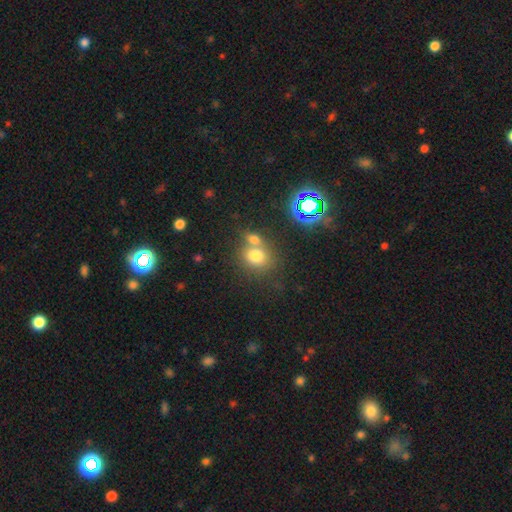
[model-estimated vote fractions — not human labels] Morphology: type=smooth (73%); roundness=round (66%); merging=none (44%).